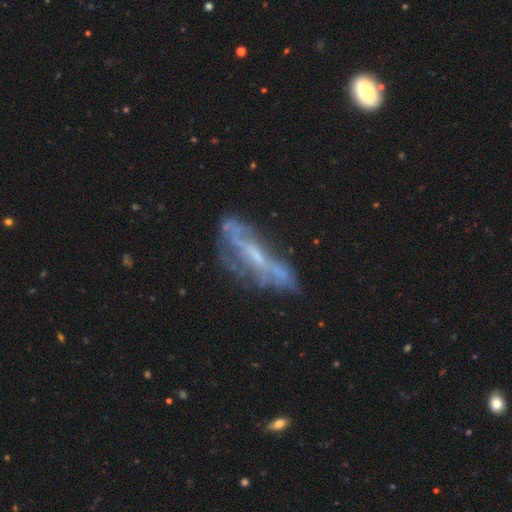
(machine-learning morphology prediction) Q: Smooth or featured?
A: featured or disk (71%); runner-up: smooth (19%)
Q: Edge-on disk?
A: no (72%); runner-up: yes (28%)
Q: Bar?
A: no (47%); runner-up: weak (32%)
Q: Spiral arms?
A: yes (54%); runner-up: no (46%)
Q: Bulge size?
A: small (54%); runner-up: moderate (23%)
Q: Merging?
A: none (52%); runner-up: minor disturbance (23%)